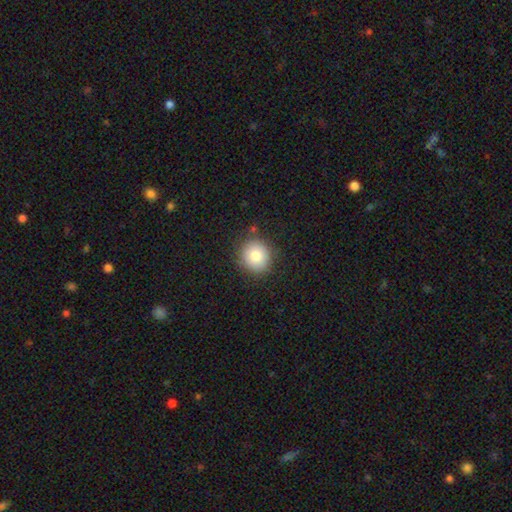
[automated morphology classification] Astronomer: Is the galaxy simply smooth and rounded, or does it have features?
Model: smooth — 81%.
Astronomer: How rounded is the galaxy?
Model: round — 88%.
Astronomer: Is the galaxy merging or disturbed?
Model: none — 86%.